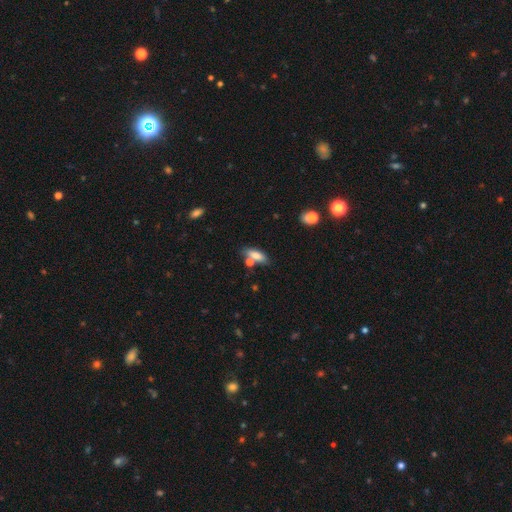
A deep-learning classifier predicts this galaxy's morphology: Overall: smooth (77%). How rounded: in between (62%; cigar-shaped 35%). Merging: none (60%; merger 20%).